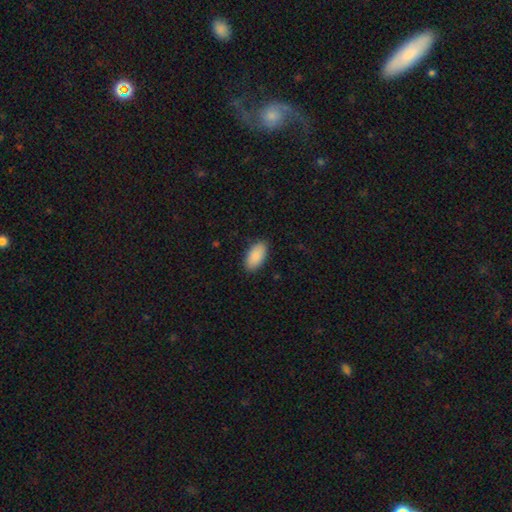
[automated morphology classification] This appears to be a smooth galaxy with no disk features (90%) that is in between round and cigar-shaped (95%). Merging: none (89%).